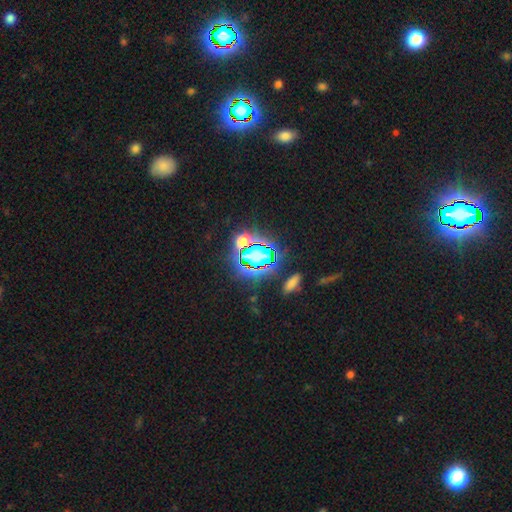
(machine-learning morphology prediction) This is likely a star or artifact rather than a galaxy (65%).